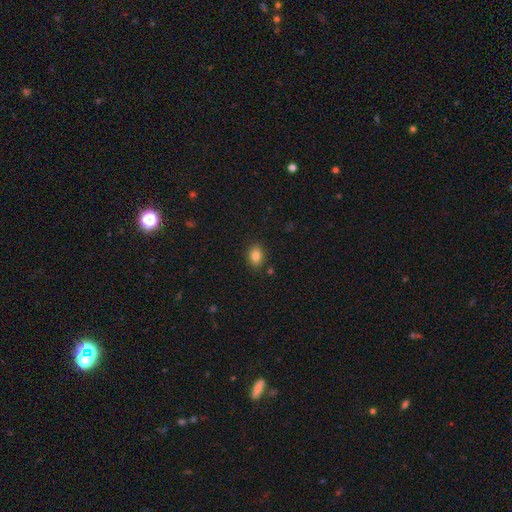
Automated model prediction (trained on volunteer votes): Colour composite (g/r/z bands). It shows a smooth galaxy with no disk features (85%) that is in between round and cigar-shaped (68%). Merging: none (85%).